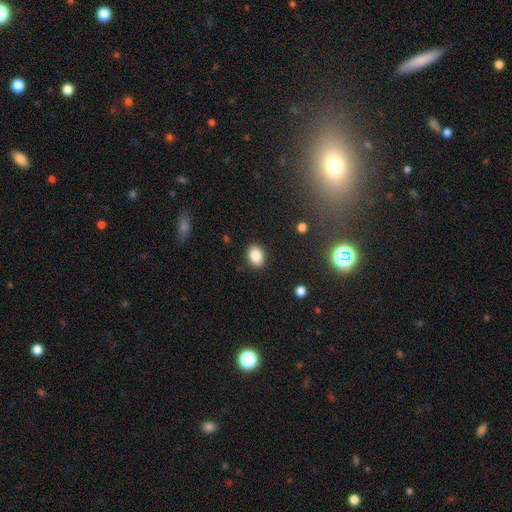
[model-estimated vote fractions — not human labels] The model was most divided on "how rounded": in between: 72%, round: 27%, cigar-shaped: 1%. More confident: merging — none (89%); smooth or featured — smooth (86%).